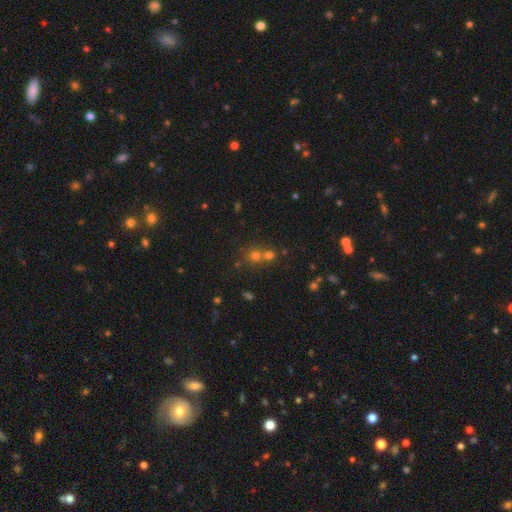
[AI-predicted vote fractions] Smooth or featured?
  - smooth: 60% *
  - star or artifact: 28%
  - featured or disk: 12%
How rounded?
  - round: 86% *
  - in between: 13%
  - cigar-shaped: 1%
Merging?
  - none: 49% *
  - merger: 42%
  - minor disturbance: 6%
  - major disturbance: 3%